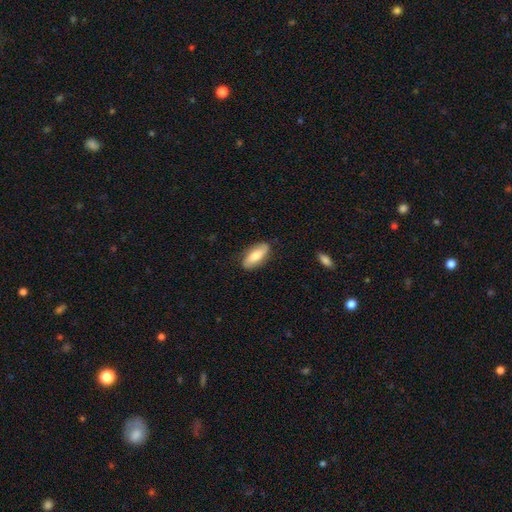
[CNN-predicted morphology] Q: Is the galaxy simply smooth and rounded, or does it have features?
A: smooth — 70%.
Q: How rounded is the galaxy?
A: in between — 83%.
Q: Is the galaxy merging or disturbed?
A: none — 82%.